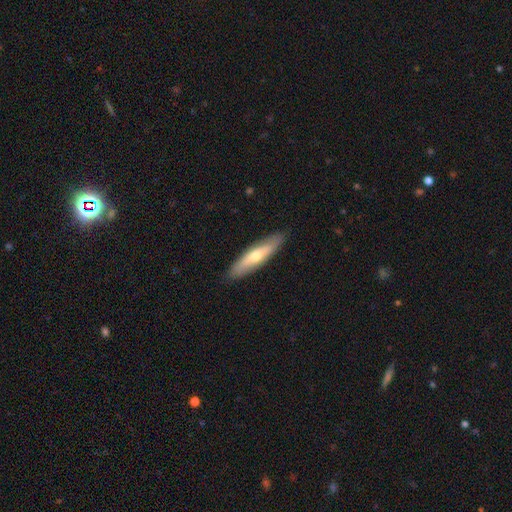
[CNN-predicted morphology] The model was most divided on "smooth or featured": smooth: 48%, featured or disk: 47%, star or artifact: 6%. More confident: merging — none (88%).